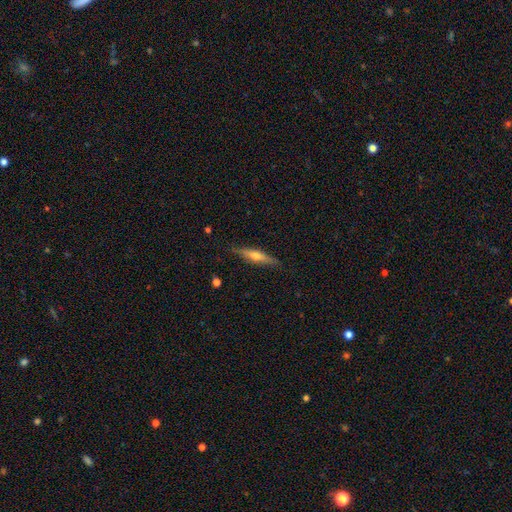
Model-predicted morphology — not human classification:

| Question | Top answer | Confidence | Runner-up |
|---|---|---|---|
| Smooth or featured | featured or disk | 55% | smooth (38%) |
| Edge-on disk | yes | 95% | no (5%) |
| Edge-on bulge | rounded | 84% | none (10%) |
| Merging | none | 86% | minor disturbance (10%) |